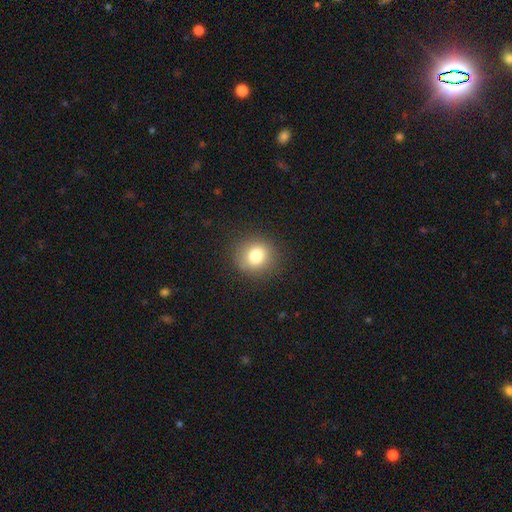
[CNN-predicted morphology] type=smooth (81%); roundness=round (86%); merging=none (88%).